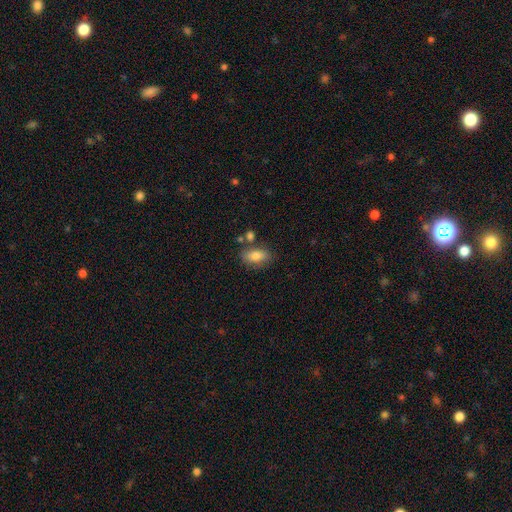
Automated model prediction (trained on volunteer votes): Smooth or featured? smooth (80%)
How rounded? in between (86%)
Merging? none (72%)